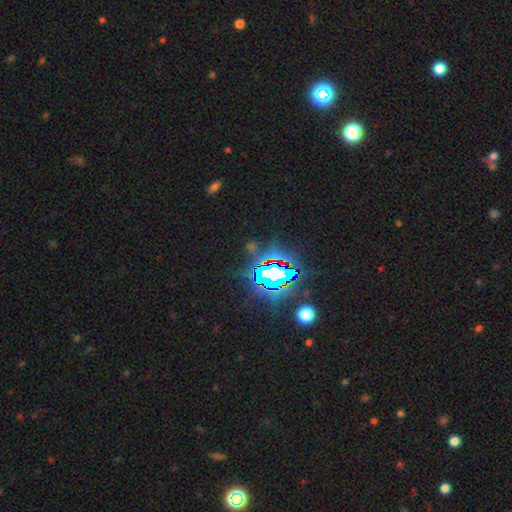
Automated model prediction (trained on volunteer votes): Smooth or featured?
  - star or artifact: 82% *
  - smooth: 10%
  - featured or disk: 8%